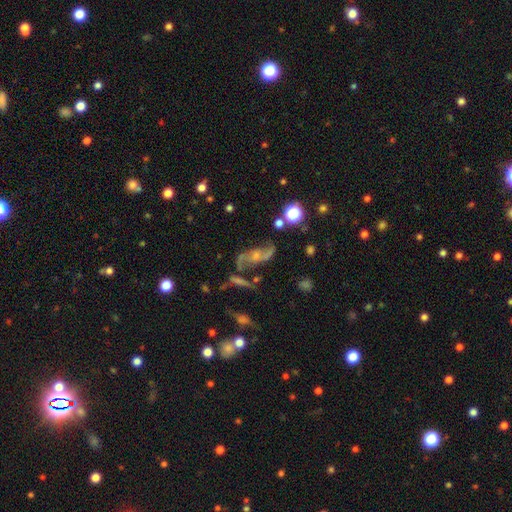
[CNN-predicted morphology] smooth-or-featured: featured or disk: 76% | star or artifact: 14% | smooth: 10%
  disk-edge-on: no: 93% | yes: 7%
    bar: no: 59% | weak: 32% | strong: 10%
    has-spiral-arms: yes: 92% | no: 8%
      spiral-winding: loose: 68% | medium: 25% | tight: 7%
      spiral-arm-count: 2: 89% | can't tell: 4% | 1: 4% | 3: 1% | 4: 1% | more than 4: 1%
    bulge-size: small: 49% | moderate: 36% | none: 10% | large: 4% | dominant: 2%
  merging: none: 52% | minor disturbance: 18% | major disturbance: 17% | merger: 13%